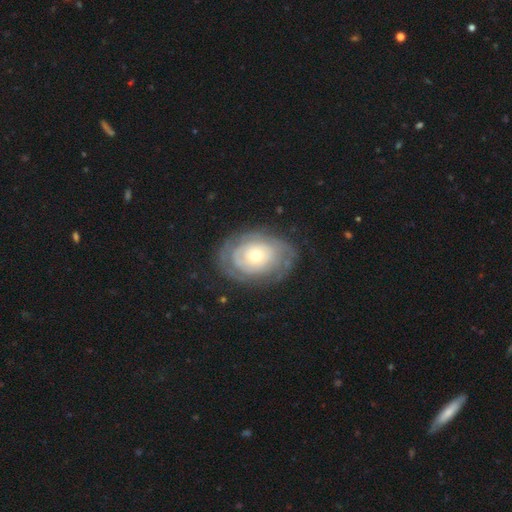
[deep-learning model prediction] This appears to be a featured or disk galaxy (67%) with no bar (87%), spiral arms (63%) and a small central bulge (49%). Merging: none (73%).